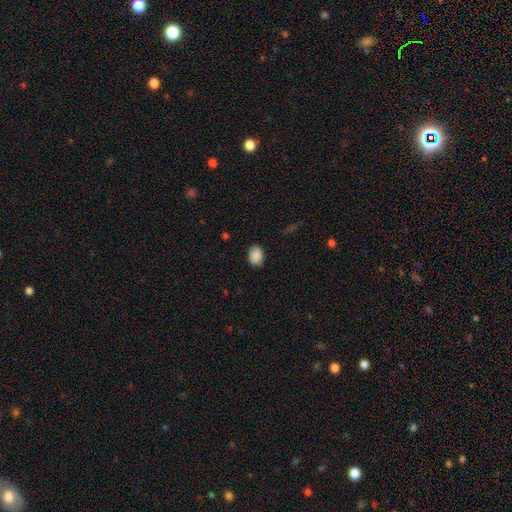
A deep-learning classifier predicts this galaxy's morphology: Smooth or featured?
  - smooth: 90% *
  - star or artifact: 7%
  - featured or disk: 3%
How rounded?
  - in between: 63% *
  - round: 36%
  - cigar-shaped: 1%
Merging?
  - none: 85% *
  - minor disturbance: 11%
  - major disturbance: 3%
  - merger: 1%